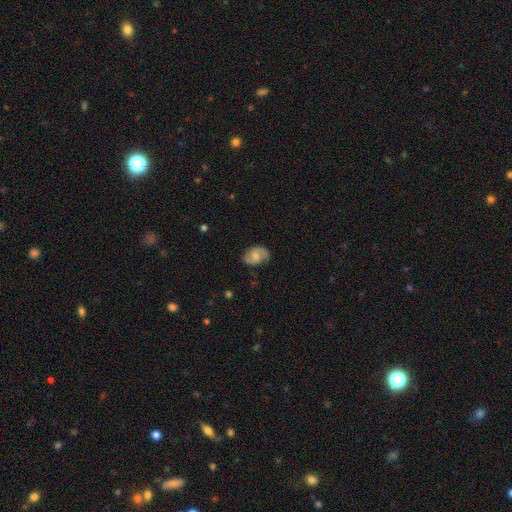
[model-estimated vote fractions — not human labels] Overall: featured or disk (69%). Edge-on disk: no (97%). Bar: no (46%, tied with weak). Spiral arms: yes (93%). Spiral arm count: 2 (89%). Spiral winding: medium (51%; tight 26%). Bulge size: moderate (42%; small 35%). Merging: none (79%).